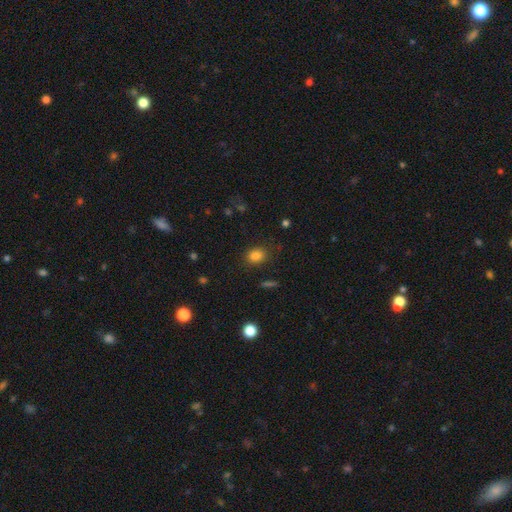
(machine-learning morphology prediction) smooth_or_featured: smooth (p=0.82) [alt: star or artifact p=0.13]
how_rounded: in between (p=0.52) [alt: round p=0.47]
merging: none (p=0.81) [alt: minor disturbance p=0.13]